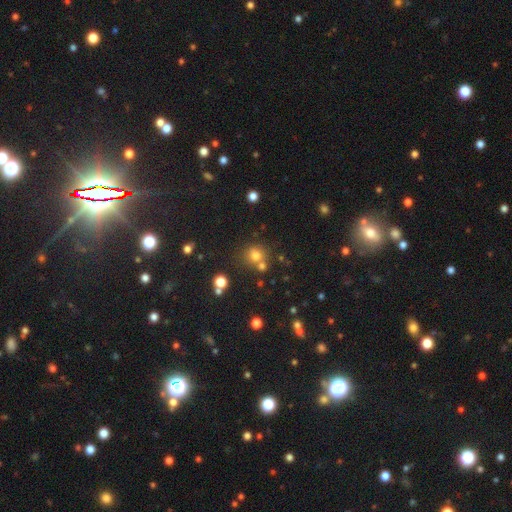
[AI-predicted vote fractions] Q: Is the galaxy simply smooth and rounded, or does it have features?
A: smooth — 72%.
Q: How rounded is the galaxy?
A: round — 85%.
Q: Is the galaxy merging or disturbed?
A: none — 61%.